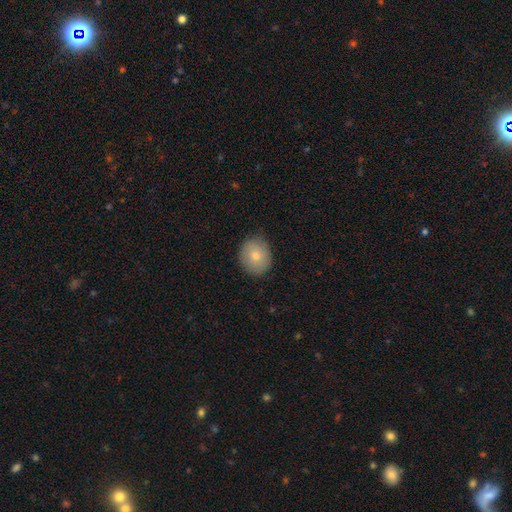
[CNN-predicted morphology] smooth_or_featured: smooth (p=0.77) [alt: featured or disk p=0.15]
how_rounded: round (p=0.74) [alt: in between p=0.25]
merging: none (p=0.86) [alt: minor disturbance p=0.11]